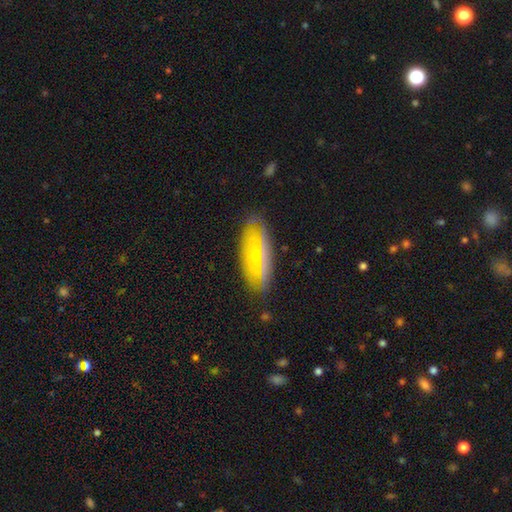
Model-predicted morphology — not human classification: A smooth galaxy with no disk features (58%) that is in between round and cigar-shaped (84%). Merging: none (84%).